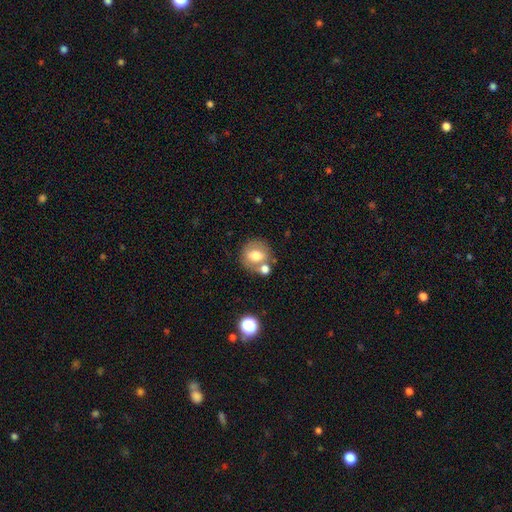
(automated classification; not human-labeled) A smooth galaxy with no disk features (68%) that is round (76%).

Vote fractions:
- Smooth or featured? smooth: 68% / featured or disk: 23% / star or artifact: 10%
- How rounded? round: 76% / in between: 23% / cigar-shaped: 1%
- Merging? none: 62% / merger: 21% / minor disturbance: 13% / major disturbance: 5%